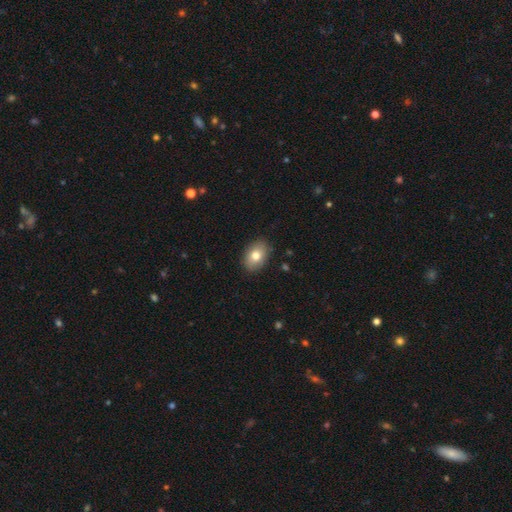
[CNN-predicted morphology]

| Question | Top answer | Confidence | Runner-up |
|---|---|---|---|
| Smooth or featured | smooth | 77% | featured or disk (15%) |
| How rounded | in between | 81% | round (18%) |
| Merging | none | 87% | minor disturbance (10%) |